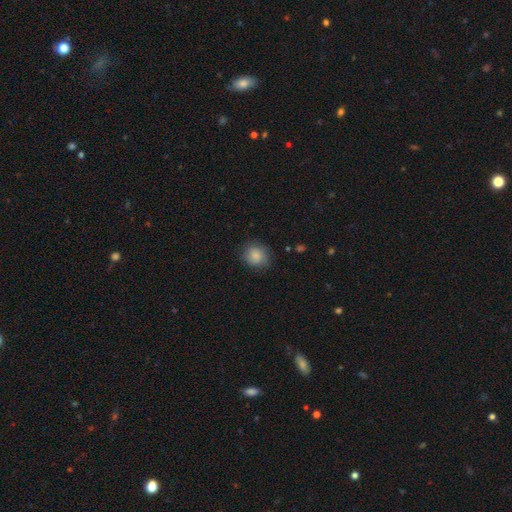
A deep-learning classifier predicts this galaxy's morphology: smooth_or_featured: smooth (p=0.86) [alt: star or artifact p=0.08]
how_rounded: round (p=0.81) [alt: in between p=0.18]
merging: none (p=0.78) [alt: minor disturbance p=0.17]